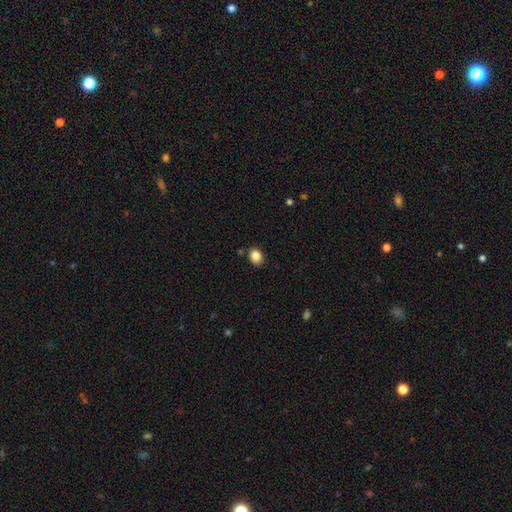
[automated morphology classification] A smooth galaxy with no disk features (86%) that is round (50%).

Vote fractions:
- Smooth or featured? smooth: 86% / star or artifact: 10% / featured or disk: 4%
- How rounded? round: 50% / in between: 49% / cigar-shaped: 1%
- Merging? none: 83% / minor disturbance: 11% / merger: 3% / major disturbance: 2%